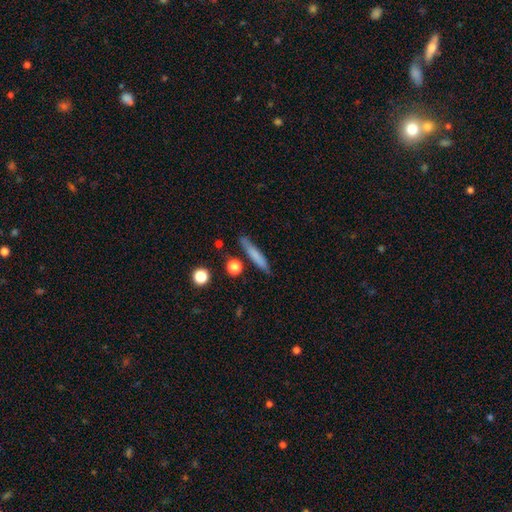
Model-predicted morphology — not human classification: Smooth or featured: smooth — 73% (featured or disk — 20%)
How rounded: cigar-shaped — 90% (in between — 7%)
Merging: none — 81% (minor disturbance — 12%)